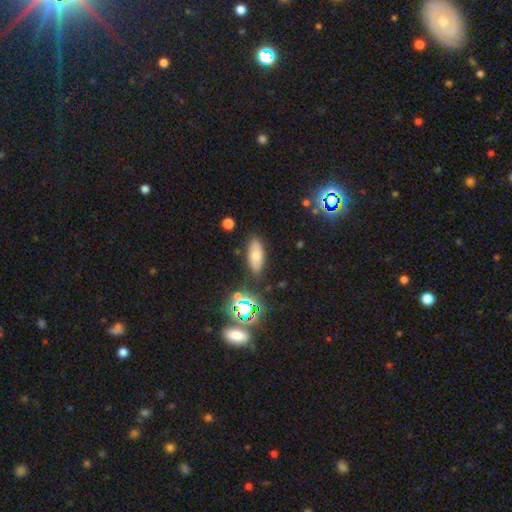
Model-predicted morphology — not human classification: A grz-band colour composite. It shows a smooth galaxy with no disk features (56%) that is in between round and cigar-shaped (76%). Merging: none (84%).